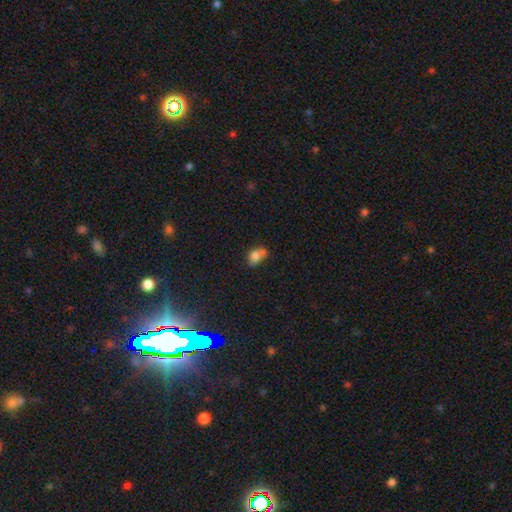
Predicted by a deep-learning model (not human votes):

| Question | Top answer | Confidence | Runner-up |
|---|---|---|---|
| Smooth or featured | smooth | 74% | featured or disk (15%) |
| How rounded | in between | 68% | round (31%) |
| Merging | none | 35% | merger (30%) |